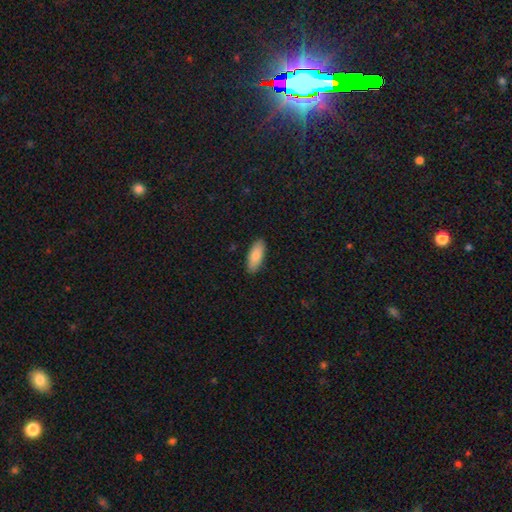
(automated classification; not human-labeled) Smooth or featured? Predicted: smooth (p=0.83). How rounded? Predicted: in between (p=0.80). Merging? Predicted: none (p=0.89).